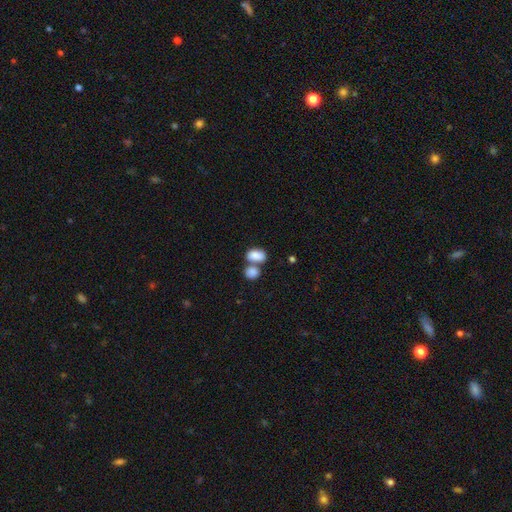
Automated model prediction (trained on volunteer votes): smooth-or-featured: smooth: 84% | featured or disk: 8% | star or artifact: 7%
  how-rounded: in between: 86% | round: 13% | cigar-shaped: 2%
  merging: merger: 54% | none: 32% | minor disturbance: 10% | major disturbance: 4%